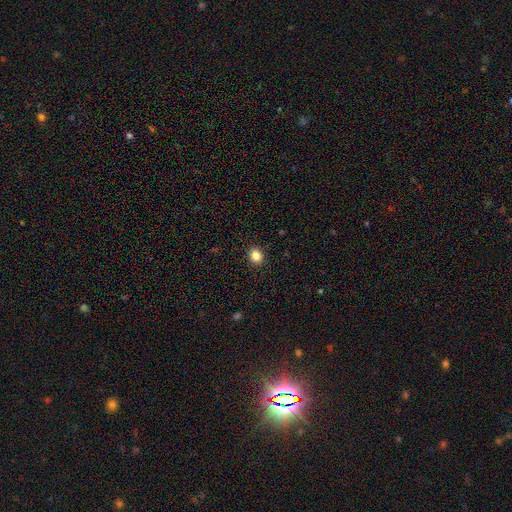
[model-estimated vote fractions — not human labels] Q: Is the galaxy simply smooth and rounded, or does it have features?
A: smooth — 85%.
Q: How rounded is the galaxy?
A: round — 69%.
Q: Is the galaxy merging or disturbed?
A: none — 91%.